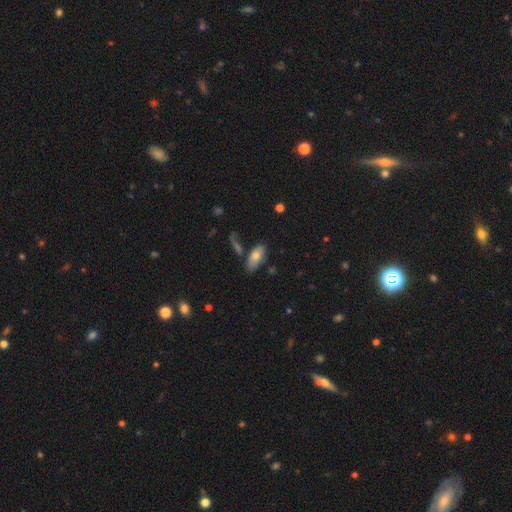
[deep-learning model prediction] A smooth galaxy with no disk features (71%) that is in between round and cigar-shaped (88%). Merging: none (69%).